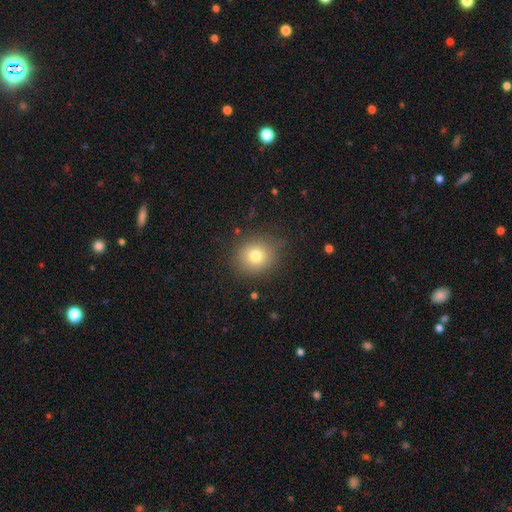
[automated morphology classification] Smooth or featured? smooth (76%)
How rounded? round (82%)
Merging? none (83%)